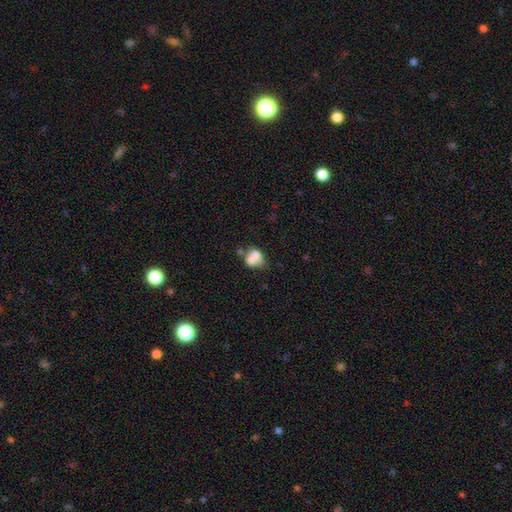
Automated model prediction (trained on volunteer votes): smooth-or-featured: smooth: 61% | featured or disk: 29% | star or artifact: 11%
  how-rounded: in between: 51% | round: 48% | cigar-shaped: 1%
  merging: merger: 61% | none: 23% | minor disturbance: 9% | major disturbance: 7%